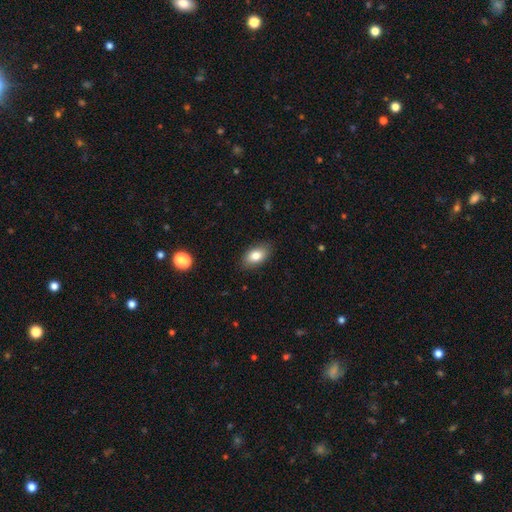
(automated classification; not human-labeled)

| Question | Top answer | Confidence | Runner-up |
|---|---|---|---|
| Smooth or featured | smooth | 82% | featured or disk (10%) |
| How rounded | in between | 91% | round (6%) |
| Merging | none | 86% | minor disturbance (10%) |